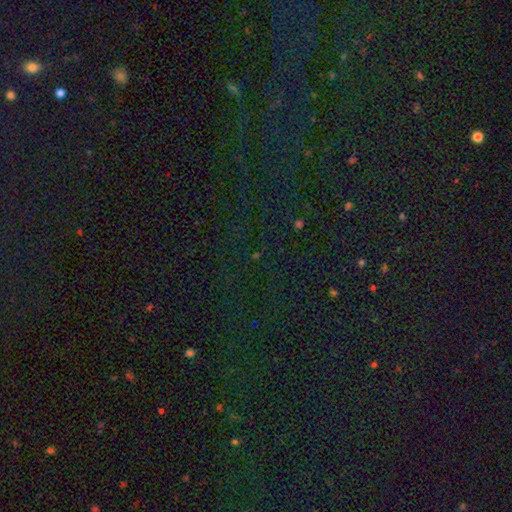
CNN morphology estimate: Smooth or featured?
  - star or artifact: 74% *
  - smooth: 19%
  - featured or disk: 7%